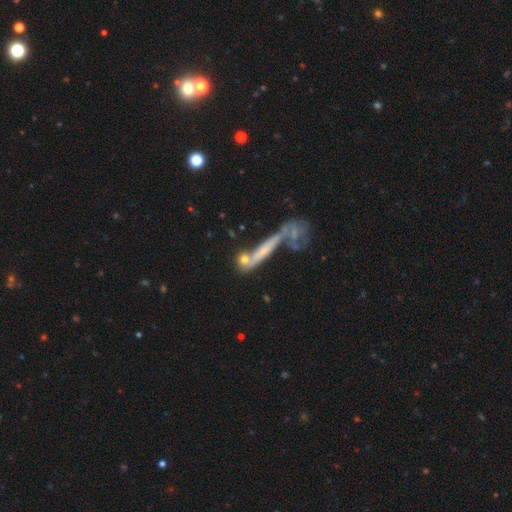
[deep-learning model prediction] Smooth or featured? featured or disk (49%)
Merging? merger (44%)